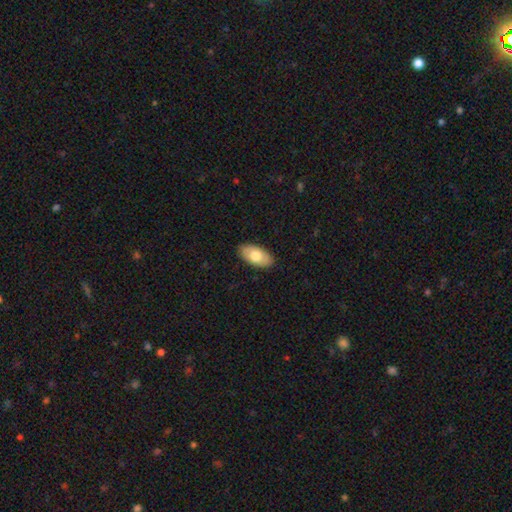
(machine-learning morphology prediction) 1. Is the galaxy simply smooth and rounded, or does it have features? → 72% smooth, 22% featured or disk, 6% star or artifact.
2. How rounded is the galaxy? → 95% in between, 3% cigar-shaped, 3% round.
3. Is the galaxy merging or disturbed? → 88% none, 9% minor disturbance, 2% major disturbance, 1% merger.